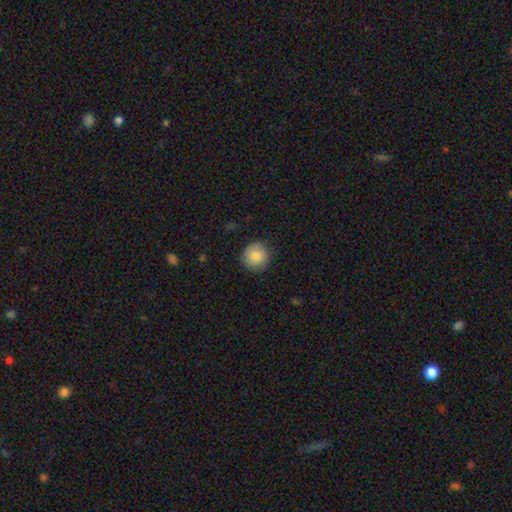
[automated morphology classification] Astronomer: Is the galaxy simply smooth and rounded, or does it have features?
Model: smooth — 86%.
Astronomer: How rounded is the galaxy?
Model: round — 91%.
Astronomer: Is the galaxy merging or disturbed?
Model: none — 84%.